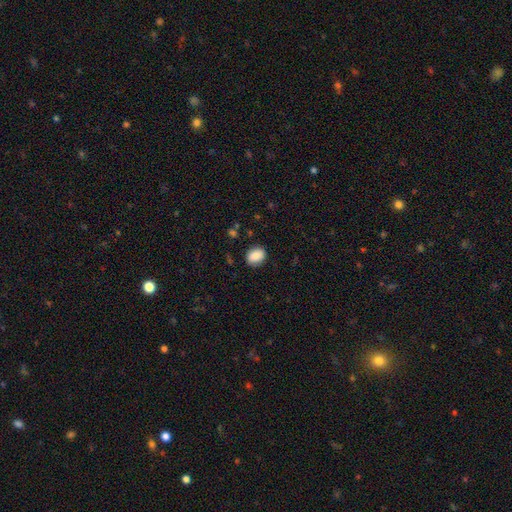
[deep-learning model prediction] Smooth or featured? Predicted: smooth (p=0.85). How rounded? Predicted: in between (p=0.52). Merging? Predicted: none (p=0.85).